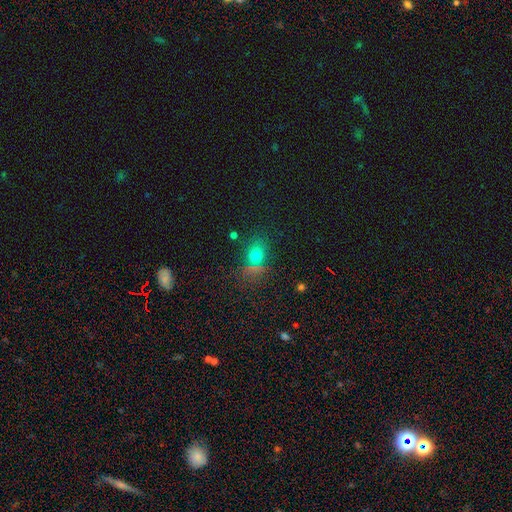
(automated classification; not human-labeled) This is likely a smooth galaxy (68%). How rounded: possibly in between (52%). Merging: likely none (73%).